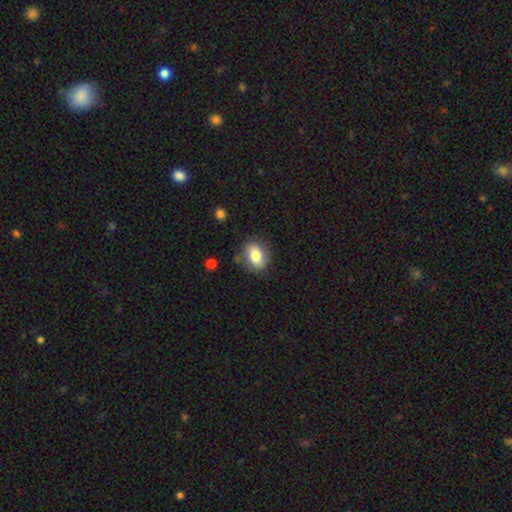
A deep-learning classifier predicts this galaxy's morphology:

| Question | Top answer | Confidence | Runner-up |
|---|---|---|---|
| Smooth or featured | smooth | 77% | featured or disk (15%) |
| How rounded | in between | 62% | round (36%) |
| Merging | none | 77% | minor disturbance (16%) |